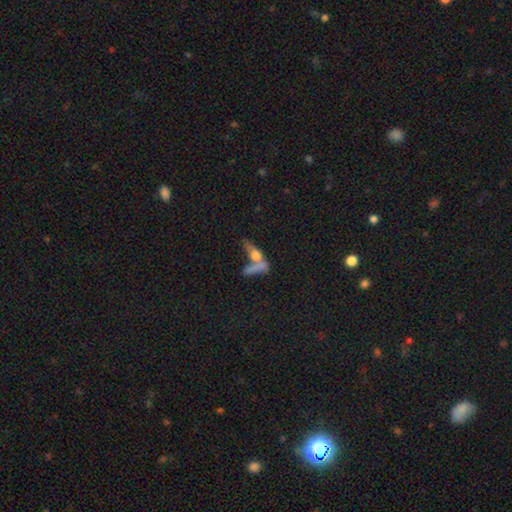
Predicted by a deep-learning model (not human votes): Overall: smooth (50%; featured or disk 39%). How rounded: cigar-shaped (52%; in between 40%). Merging: merger (50%; none 29%).